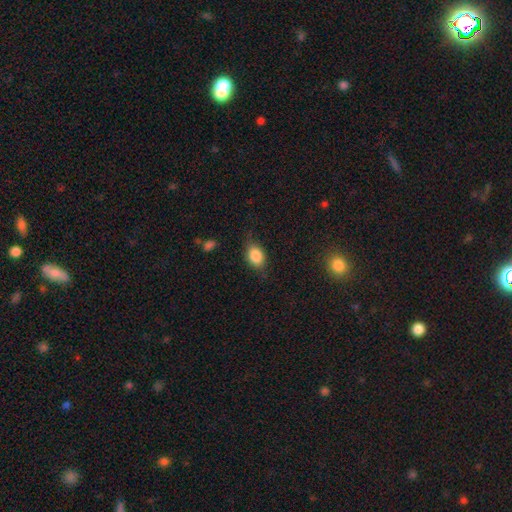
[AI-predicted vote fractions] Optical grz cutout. It shows a smooth galaxy with no disk features (83%) that is in between round and cigar-shaped (76%). Merging: none (75%).